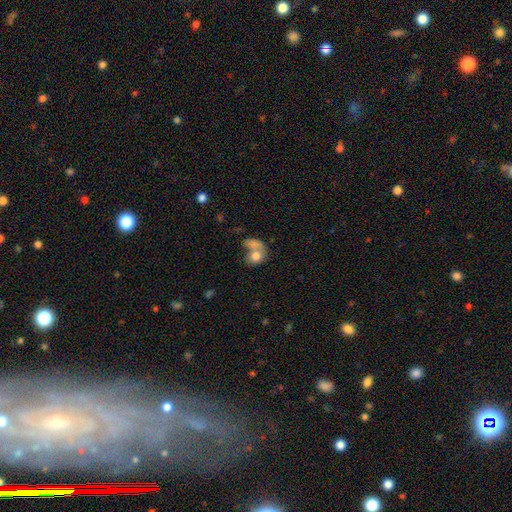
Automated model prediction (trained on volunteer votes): Smooth or featured? smooth (73%)
How rounded? round (51%)
Merging? merger (58%)